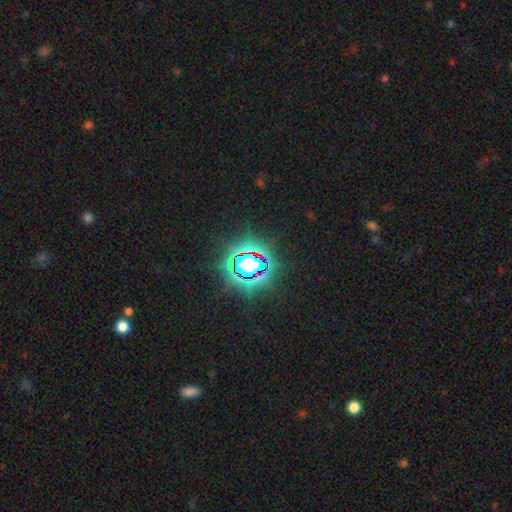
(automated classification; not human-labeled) smooth-or-featured: star or artifact: 82% | smooth: 11% | featured or disk: 7%